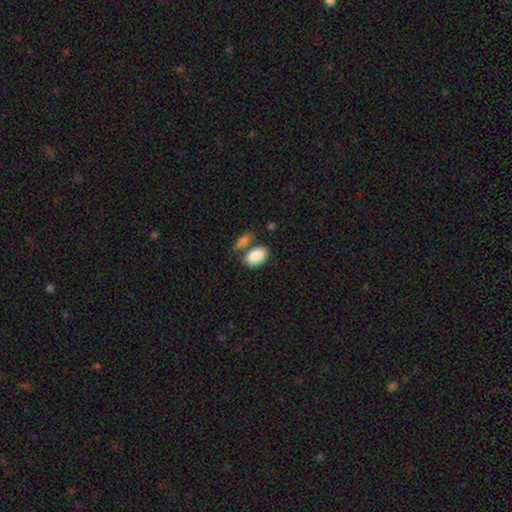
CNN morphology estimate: Q: Smooth or featured?
A: smooth (87%); runner-up: featured or disk (7%)
Q: How rounded?
A: in between (92%); runner-up: round (6%)
Q: Merging?
A: none (56%); runner-up: merger (27%)